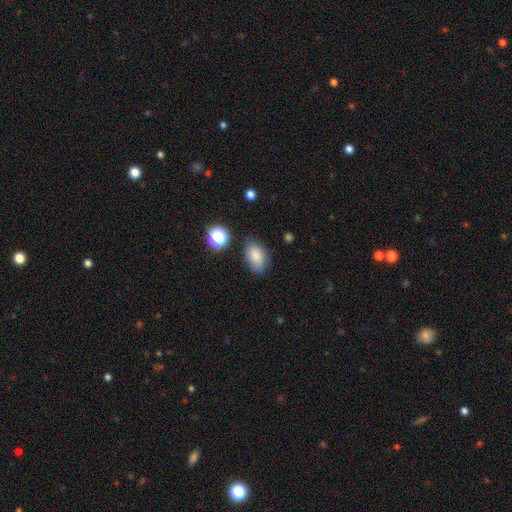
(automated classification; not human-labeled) smooth_or_featured: smooth (p=0.83) [alt: star or artifact p=0.10]
how_rounded: in between (p=0.88) [alt: round p=0.11]
merging: none (p=0.74) [alt: minor disturbance p=0.19]